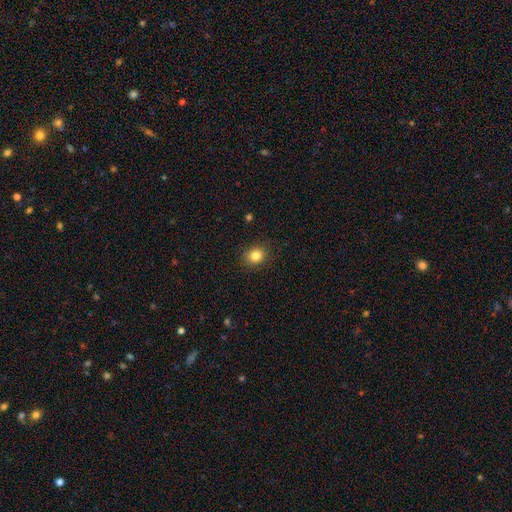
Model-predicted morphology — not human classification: smooth 84%, star or artifact 11%, featured or disk 6%. Down the decision tree: how rounded — round (68%); merging — none (89%).